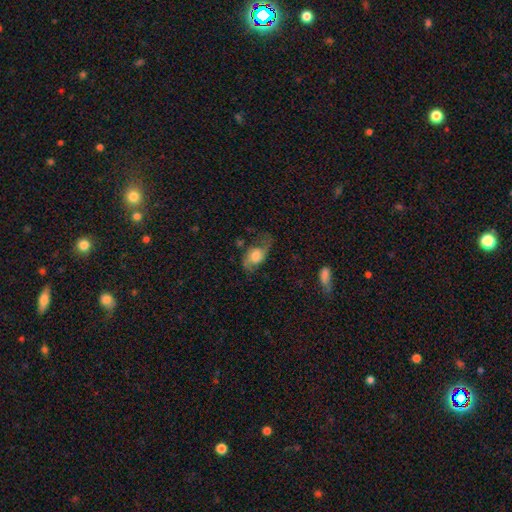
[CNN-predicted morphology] Q: Smooth or featured?
A: featured or disk (55%); runner-up: smooth (36%)
Q: Edge-on disk?
A: no (93%); runner-up: yes (7%)
Q: Bar?
A: no (66%); runner-up: weak (27%)
Q: Spiral arms?
A: yes (85%); runner-up: no (15%)
Q: Bulge size?
A: moderate (53%); runner-up: large (25%)
Q: Merging?
A: none (49%); runner-up: minor disturbance (24%)